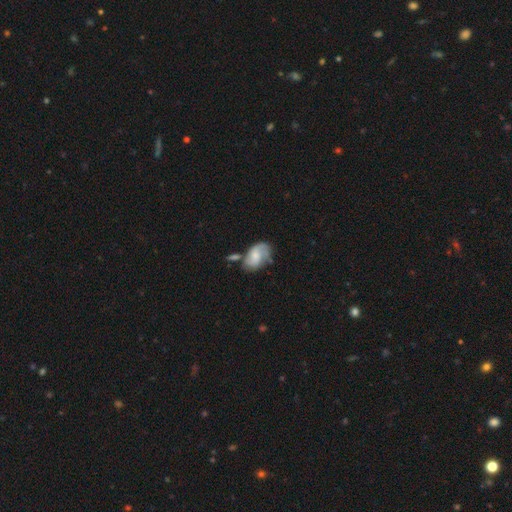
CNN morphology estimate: type=featured or disk (51%); edge-on=no (96%); merging=none (44%).